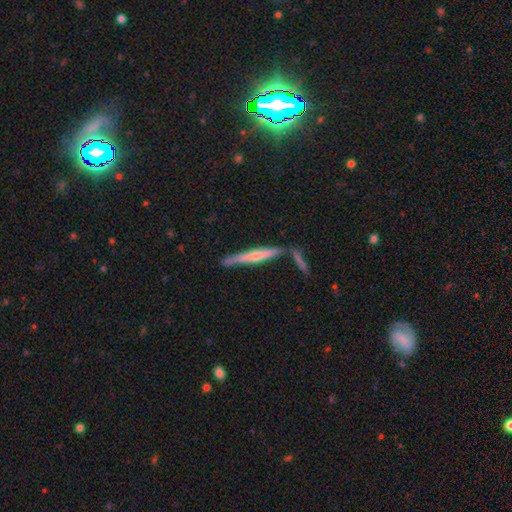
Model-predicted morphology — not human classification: Smooth or featured? featured or disk (59%)
Edge-on disk? yes (95%)
Edge-on bulge? rounded (55%)
Merging? none (75%)